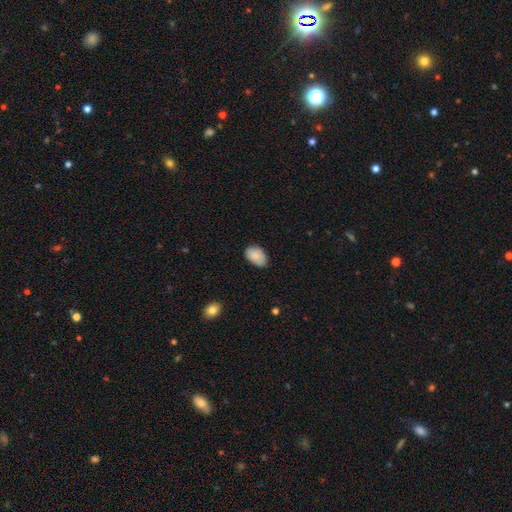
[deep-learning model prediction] This is clearly a smooth galaxy (86%). How rounded: clearly in between (89%). Merging: likely none (71%).